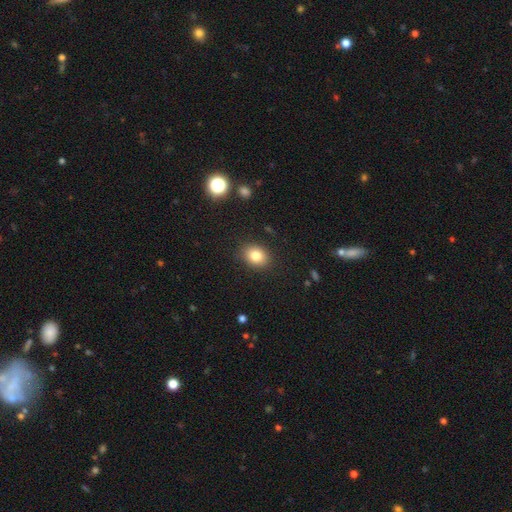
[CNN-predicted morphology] Smooth or featured? smooth (82%)
How rounded? in between (54%)
Merging? none (87%)